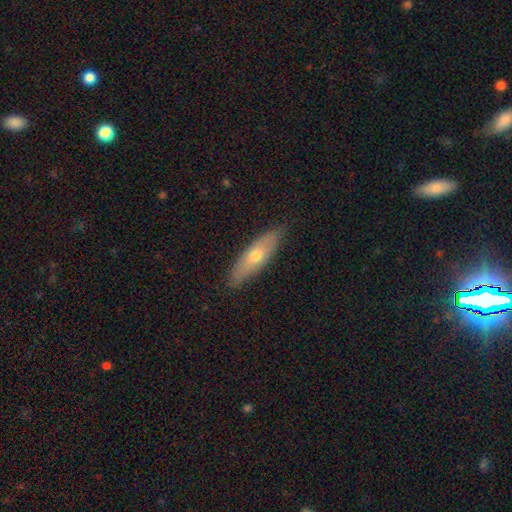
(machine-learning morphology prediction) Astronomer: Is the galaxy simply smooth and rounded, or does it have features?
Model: smooth — 57% (runner-up: featured or disk, 37%).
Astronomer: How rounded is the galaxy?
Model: in between — 49% (runner-up: cigar-shaped, 48%).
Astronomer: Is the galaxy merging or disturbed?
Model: none — 84%.